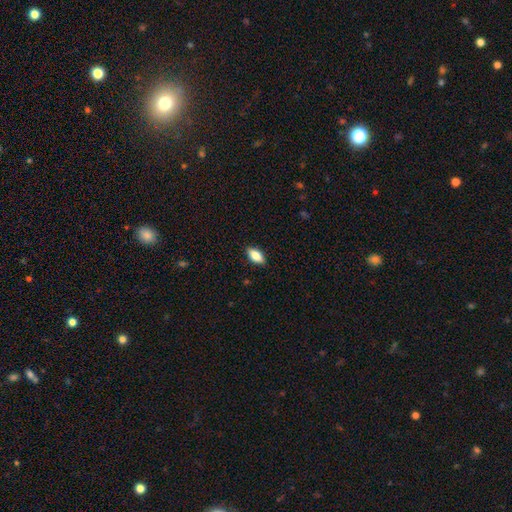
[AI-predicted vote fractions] Smooth or featured? Predicted: smooth (p=0.78). How rounded? Predicted: in between (p=0.87). Merging? Predicted: none (p=0.88).